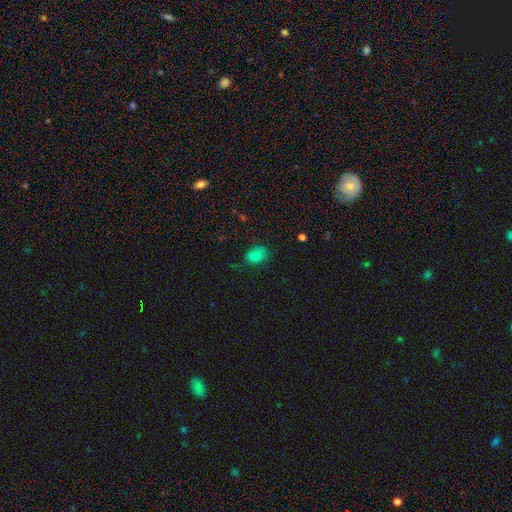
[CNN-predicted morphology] Q: Smooth or featured?
A: smooth (80%); runner-up: star or artifact (13%)
Q: How rounded?
A: in between (78%); runner-up: round (21%)
Q: Merging?
A: none (57%); runner-up: minor disturbance (29%)